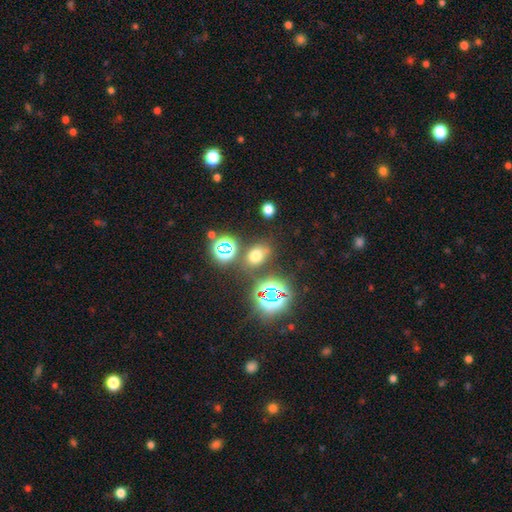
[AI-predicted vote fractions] Morphology: type=smooth (56%); roundness=in between (64%); merging=none (72%).